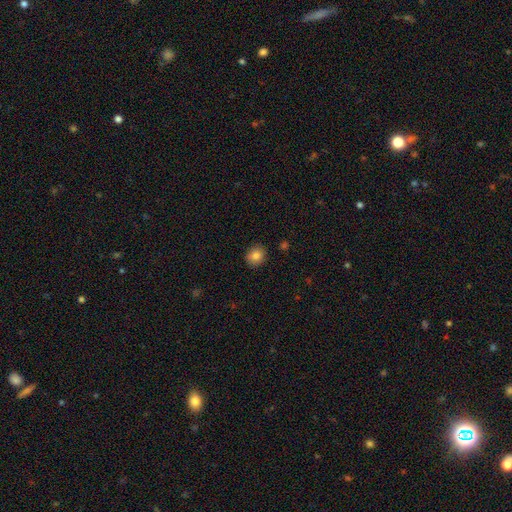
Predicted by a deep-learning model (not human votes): Smooth or featured? smooth (83%)
How rounded? round (77%)
Merging? none (89%)